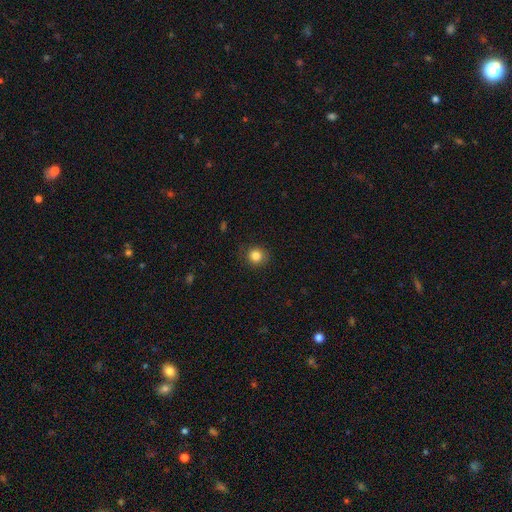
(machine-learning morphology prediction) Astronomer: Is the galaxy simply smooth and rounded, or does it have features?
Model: smooth — 84%.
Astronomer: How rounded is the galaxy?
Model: round — 89%.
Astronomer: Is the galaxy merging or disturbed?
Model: none — 87%.